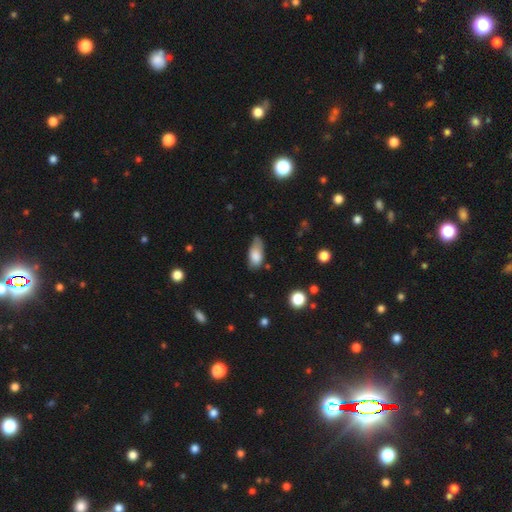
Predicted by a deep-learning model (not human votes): smooth 81%, featured or disk 11%, star or artifact 8%. Down the decision tree: how rounded — in between (89%); merging — none (44%).